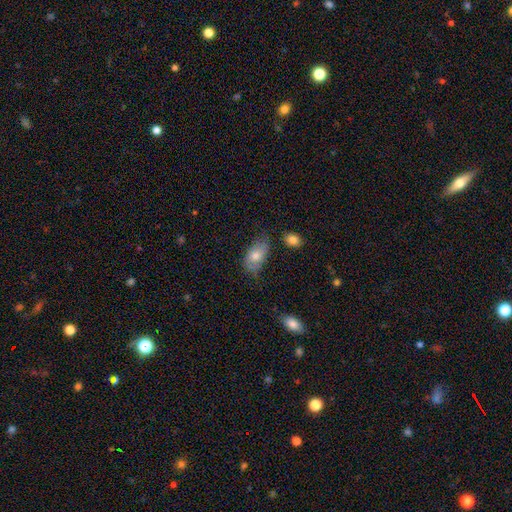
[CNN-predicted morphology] The model was most divided on "merging": none: 59%, minor disturbance: 31%, major disturbance: 8%, merger: 3%. More confident: how rounded — in between (92%); smooth or featured — smooth (68%).